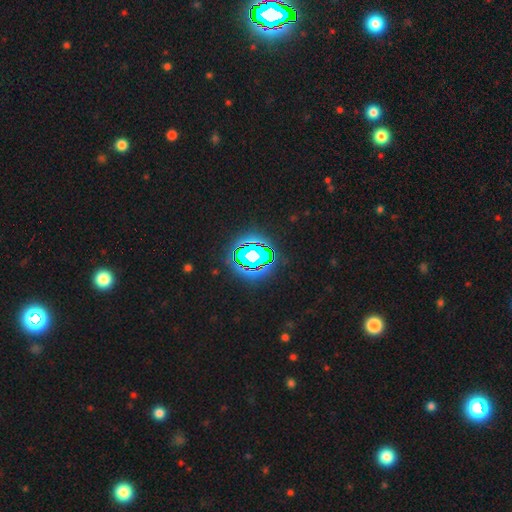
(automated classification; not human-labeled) smooth_or_featured: star or artifact (p=0.82) [alt: smooth p=0.11]